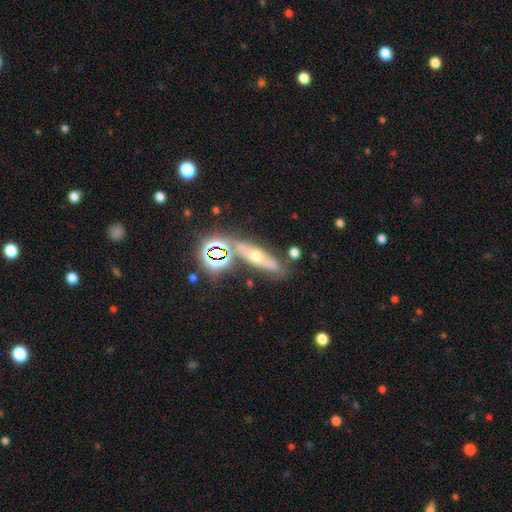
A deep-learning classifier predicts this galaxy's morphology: Smooth or featured? Predicted: featured or disk (p=0.40). Merging? Predicted: none (p=0.70).